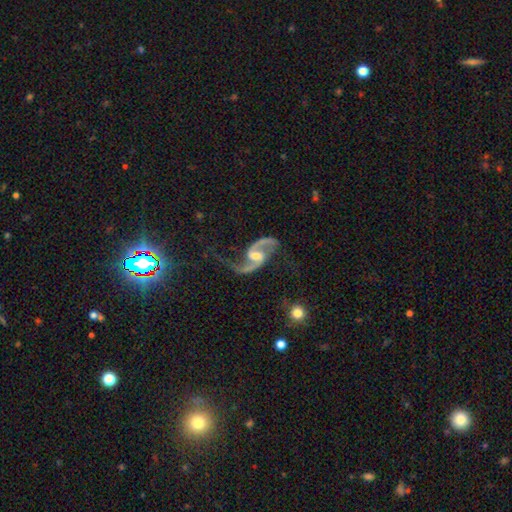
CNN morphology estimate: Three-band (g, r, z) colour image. It shows a featured or disk galaxy (93%) with a weak bar (45%), 2 (94%) loose (57%) spiral arms (98%) and a moderate central bulge (52%). Merging: none (70%).